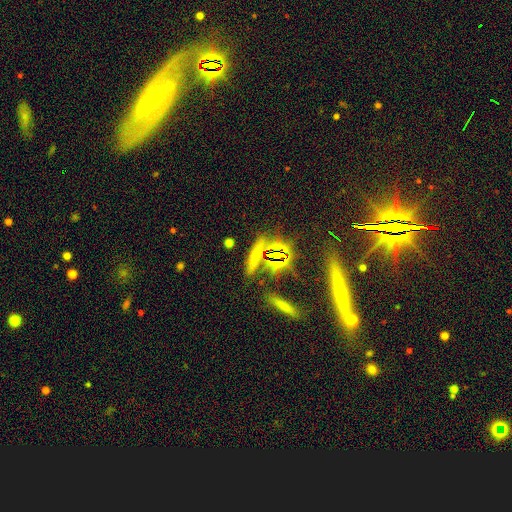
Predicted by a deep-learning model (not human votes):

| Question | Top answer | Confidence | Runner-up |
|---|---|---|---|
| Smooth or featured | smooth | 57% | star or artifact (26%) |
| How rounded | cigar-shaped | 77% | in between (16%) |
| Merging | none | 80% | minor disturbance (11%) |